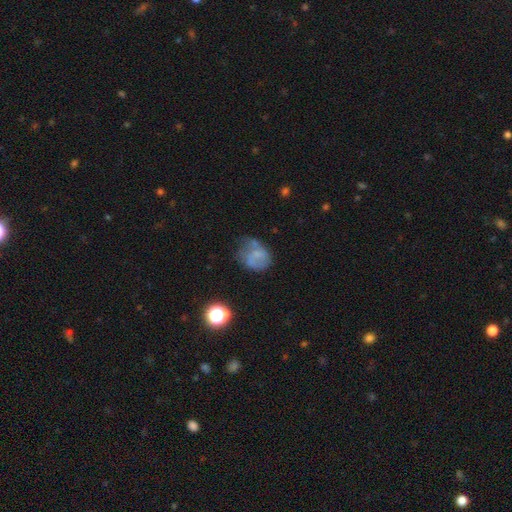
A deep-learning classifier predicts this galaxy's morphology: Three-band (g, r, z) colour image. It shows a smooth galaxy with no disk features (51%) that is round (57%). Merging: none (38%).